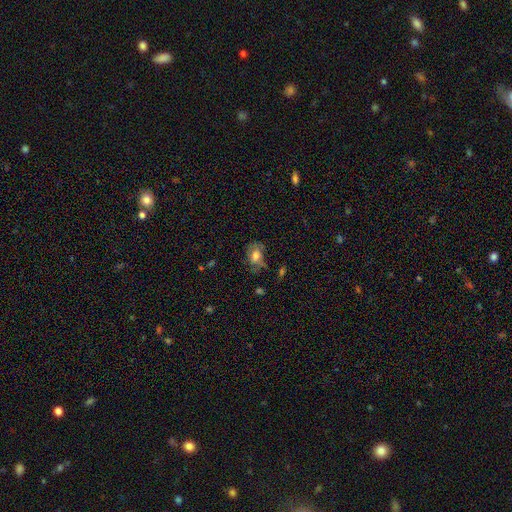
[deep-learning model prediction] A smooth galaxy with no disk features (62%) that is in between round and cigar-shaped (72%).

Vote fractions:
- Smooth or featured? smooth: 62% / featured or disk: 27% / star or artifact: 10%
- How rounded? in between: 72% / round: 27% / cigar-shaped: 2%
- Merging? none: 51% / minor disturbance: 28% / major disturbance: 17% / merger: 4%